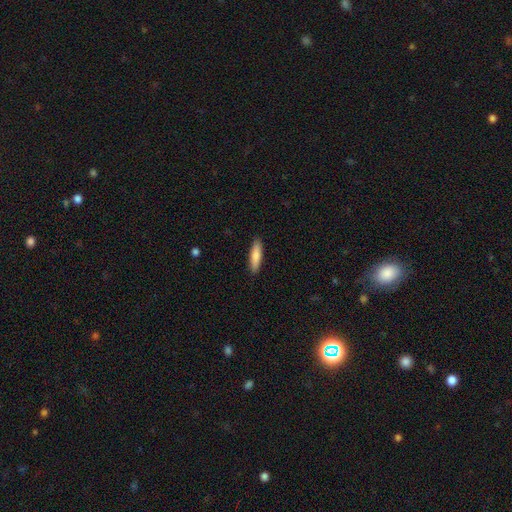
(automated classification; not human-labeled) A smooth galaxy with no disk features (79%) that is cigar-shaped (73%). Merging: none (90%).